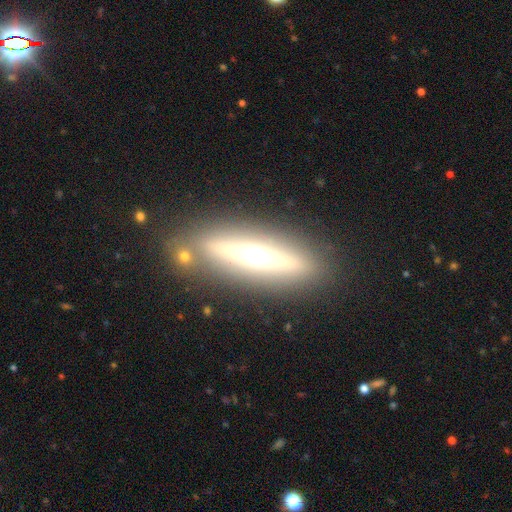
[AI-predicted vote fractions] smooth_or_featured: featured or disk (p=0.70) [alt: smooth p=0.22]
disk_edge_on: yes (p=0.92) [alt: no p=0.08]
edge_on_bulge: rounded (p=0.89) [alt: boxy p=0.06]
merging: none (p=0.85) [alt: minor disturbance p=0.09]